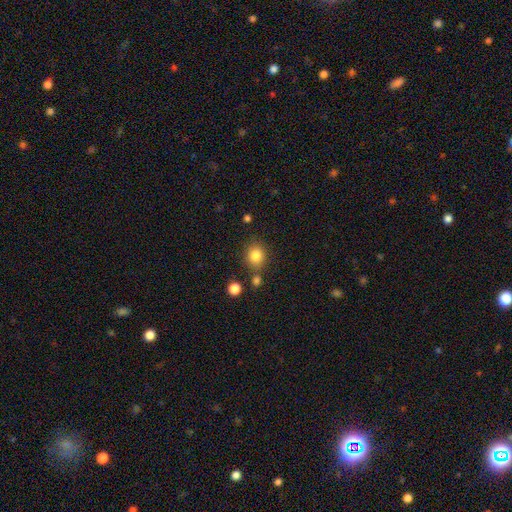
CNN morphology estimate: type=smooth (83%); roundness=round (72%); merging=none (76%).